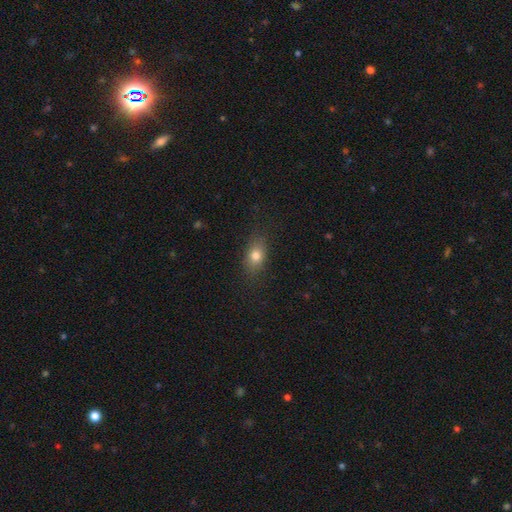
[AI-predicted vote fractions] Q: Smooth or featured?
A: smooth (77%); runner-up: featured or disk (12%)
Q: How rounded?
A: in between (73%); runner-up: round (22%)
Q: Merging?
A: none (82%); runner-up: minor disturbance (13%)